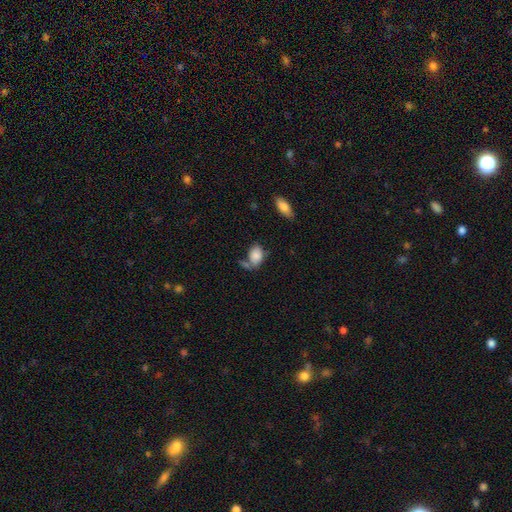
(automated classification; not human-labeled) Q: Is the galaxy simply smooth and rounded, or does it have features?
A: smooth — 83%.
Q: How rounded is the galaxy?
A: in between — 84%.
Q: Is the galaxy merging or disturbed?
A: none — 44%.